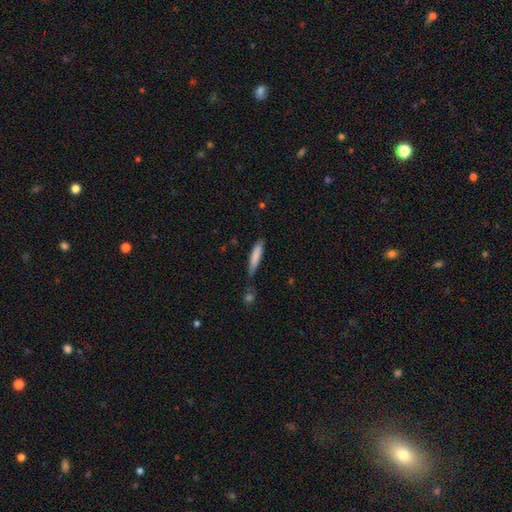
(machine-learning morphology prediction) Smooth or featured: smooth — 81% (featured or disk — 13%)
How rounded: cigar-shaped — 85% (in between — 14%)
Merging: none — 69% (minor disturbance — 22%)